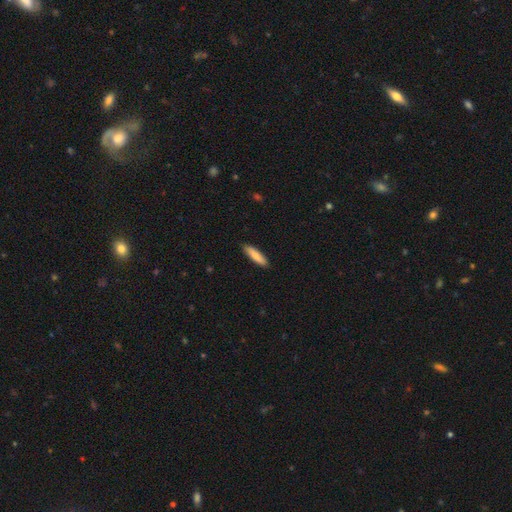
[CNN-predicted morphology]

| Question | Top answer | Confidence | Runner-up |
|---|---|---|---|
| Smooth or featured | smooth | 81% | featured or disk (13%) |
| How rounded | cigar-shaped | 72% | in between (26%) |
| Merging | none | 89% | minor disturbance (9%) |